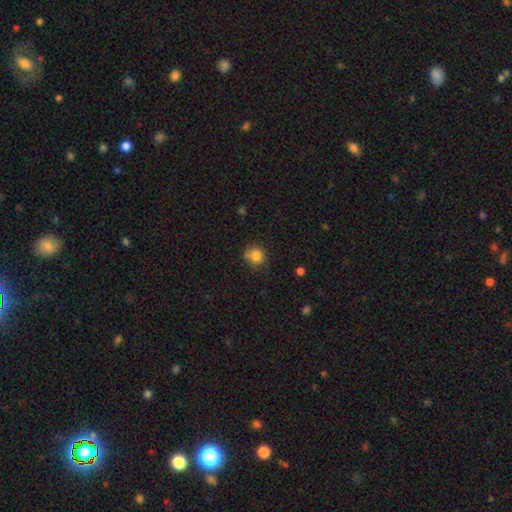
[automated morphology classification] A smooth galaxy with no disk features (82%) that is round (87%). Merging: none (68%).